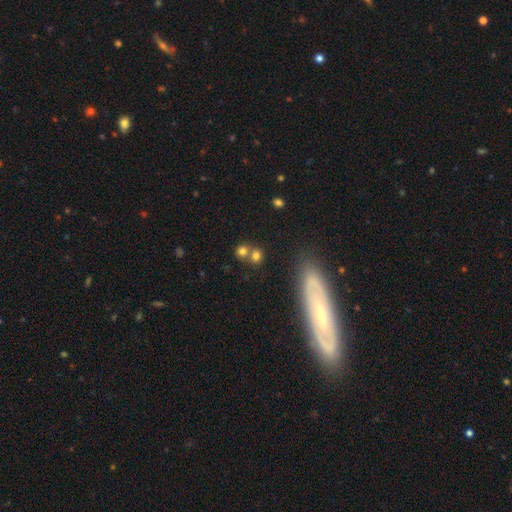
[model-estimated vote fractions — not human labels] Morphology: type=smooth (73%); roundness=round (82%); merging=none (48%).